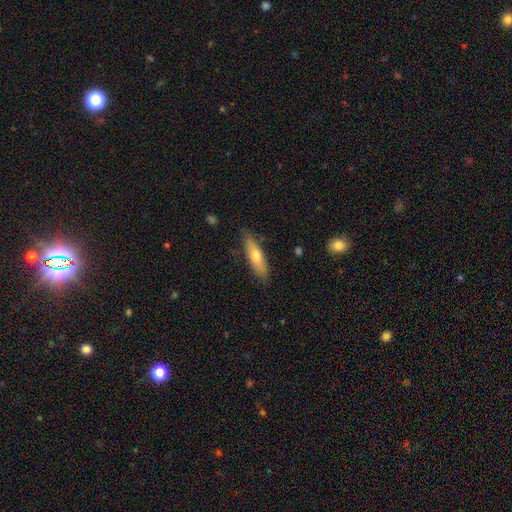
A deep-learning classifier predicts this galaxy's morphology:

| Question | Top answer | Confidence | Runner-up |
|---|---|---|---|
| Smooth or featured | smooth | 58% | featured or disk (35%) |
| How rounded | cigar-shaped | 73% | in between (25%) |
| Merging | none | 84% | minor disturbance (13%) |